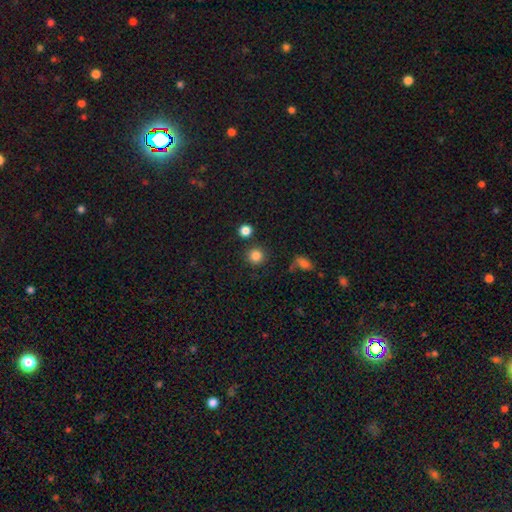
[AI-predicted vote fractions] A smooth galaxy with no disk features (84%) that is round (93%). Merging: none (85%).